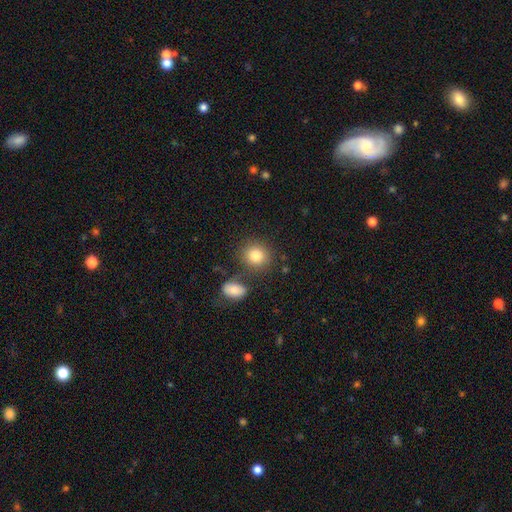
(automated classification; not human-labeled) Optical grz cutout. It shows a smooth galaxy with no disk features (82%) that is round (78%). Merging: none (74%).